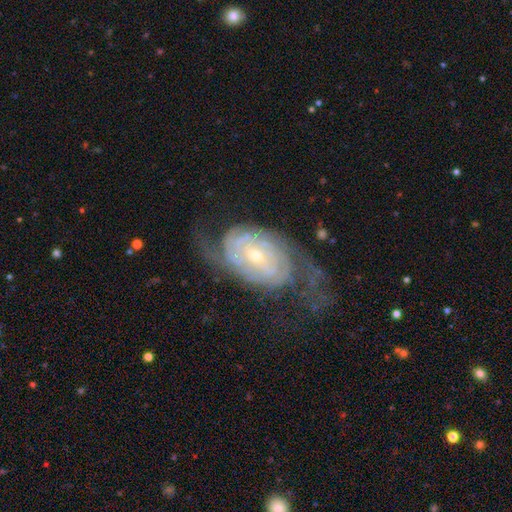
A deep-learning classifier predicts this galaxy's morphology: Smooth or featured: featured or disk — 88% (smooth — 6%)
Edge-on disk: no — 95% (yes — 5%)
Bar: no — 50% (weak — 36%)
Spiral arms: yes — 96% (no — 4%)
Spiral winding: tight — 66% (medium — 25%)
Spiral arm count: 2 — 46% (can't tell — 26%)
Bulge size: small — 59% (moderate — 37%)
Merging: none — 62% (major disturbance — 18%)